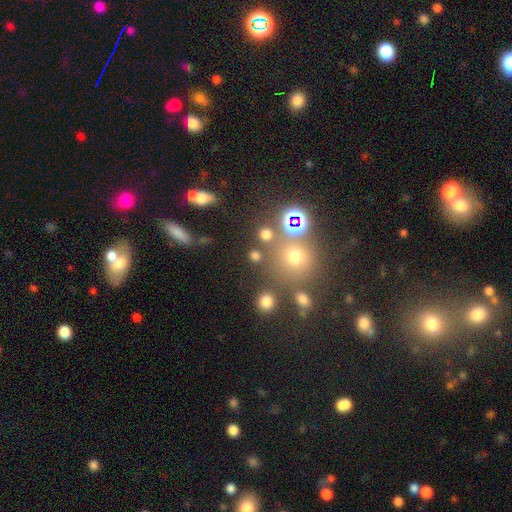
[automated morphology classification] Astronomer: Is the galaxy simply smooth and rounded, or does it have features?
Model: smooth — 67%.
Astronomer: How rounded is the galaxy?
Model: round — 85%.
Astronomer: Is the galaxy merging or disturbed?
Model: none — 73%.